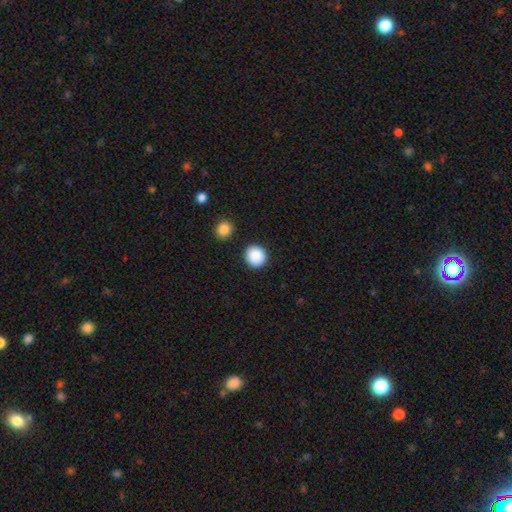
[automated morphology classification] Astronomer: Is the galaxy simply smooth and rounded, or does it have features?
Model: smooth — 88%.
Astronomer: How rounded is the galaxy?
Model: round — 91%.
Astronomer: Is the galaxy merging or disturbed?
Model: none — 89%.